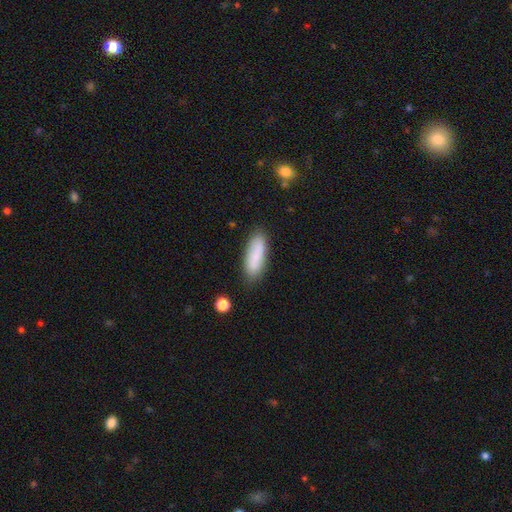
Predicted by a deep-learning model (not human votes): smooth-or-featured: smooth: 80% | featured or disk: 14% | star or artifact: 7%
  how-rounded: in between: 58% | cigar-shaped: 40% | round: 2%
  merging: none: 81% | minor disturbance: 14% | major disturbance: 3% | merger: 2%